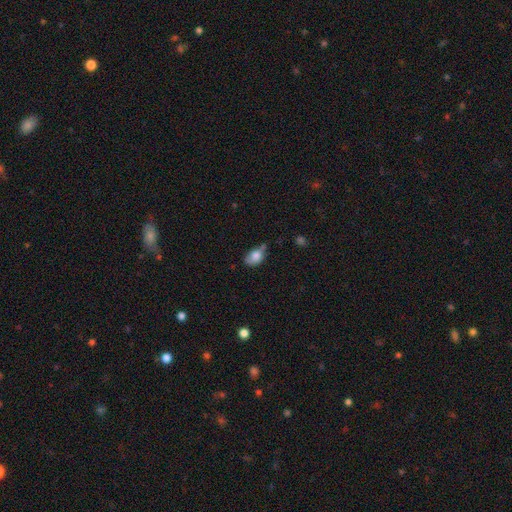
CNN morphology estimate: smooth_or_featured: smooth (p=0.78) [alt: featured or disk p=0.14]
how_rounded: in between (p=0.80) [alt: round p=0.18]
merging: minor disturbance (p=0.39) [alt: none p=0.36]